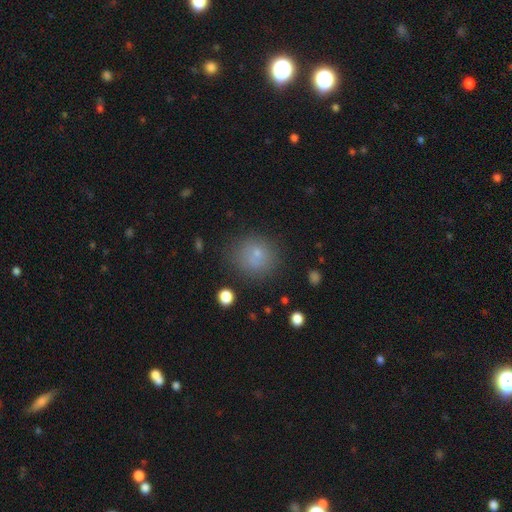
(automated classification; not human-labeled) Overall: smooth (73%). How rounded: round (87%). Merging: none (76%).